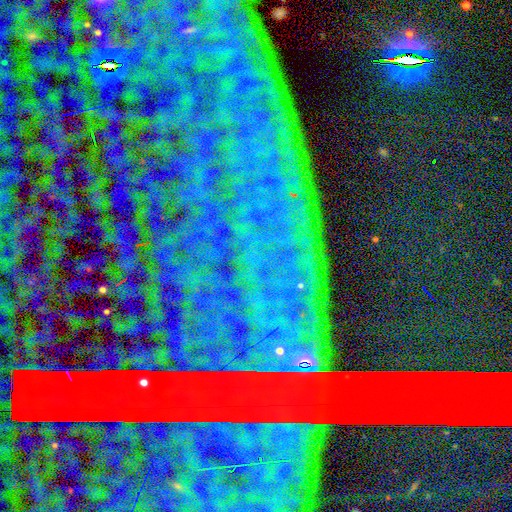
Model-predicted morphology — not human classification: Smooth or featured: star or artifact — 87% (featured or disk — 7%)